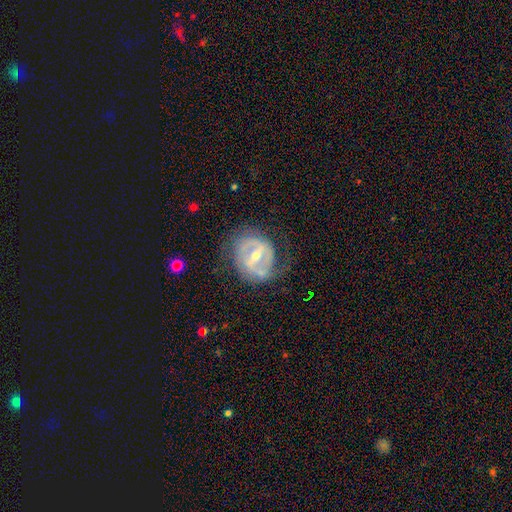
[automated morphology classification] Overall: featured or disk (80%). Edge-on disk: no (95%). Bar: strong (57%; weak 32%). Spiral arms: yes (70%; no 30%). Spiral arm count: 2 (67%). Spiral winding: tight (42%; medium 39%). Bulge size: moderate (54%; small 42%). Merging: none (65%).